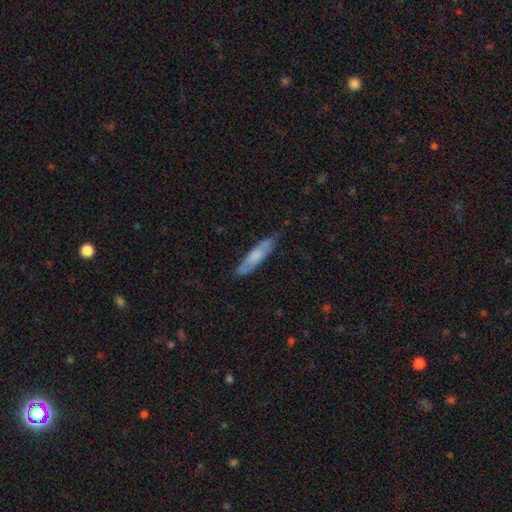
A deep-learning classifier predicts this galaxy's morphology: The model was most divided on "smooth or featured": smooth: 65%, featured or disk: 29%, star or artifact: 6%. More confident: how rounded — cigar-shaped (80%); merging — none (77%).